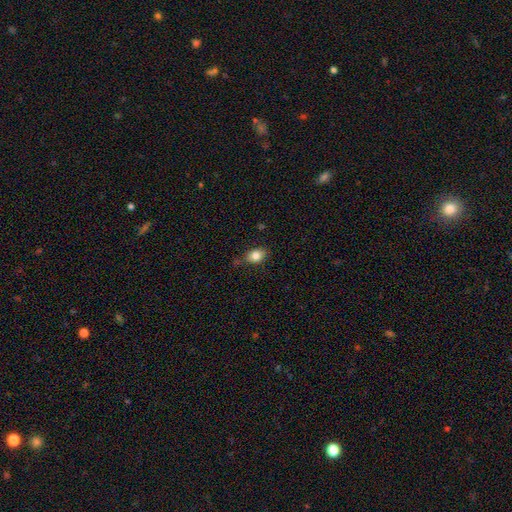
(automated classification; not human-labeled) The model was most divided on "how rounded": in between: 73%, round: 26%, cigar-shaped: 2%. More confident: smooth or featured — smooth (82%); merging — none (71%).